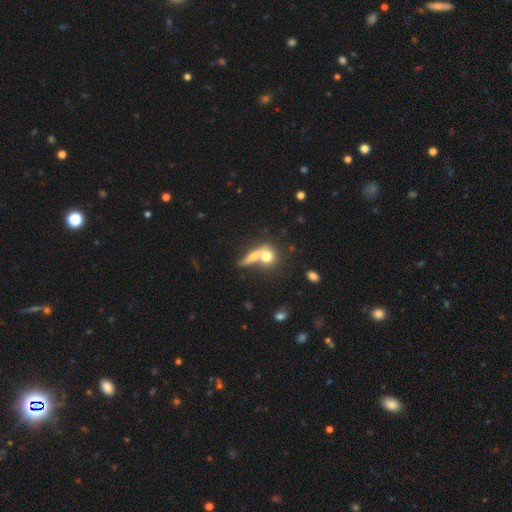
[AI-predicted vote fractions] This appears to be a smooth galaxy with no disk features (60%) that is round (51%). Merging: merger (54%).